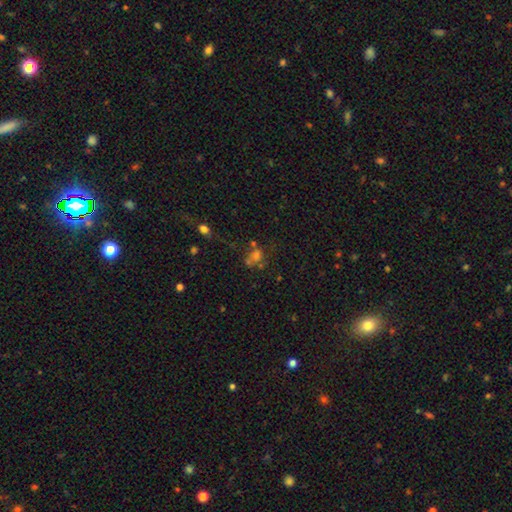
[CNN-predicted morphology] smooth-or-featured: smooth: 47% | star or artifact: 35% | featured or disk: 18%
  merging: none: 42% | merger: 35% | minor disturbance: 12% | major disturbance: 11%